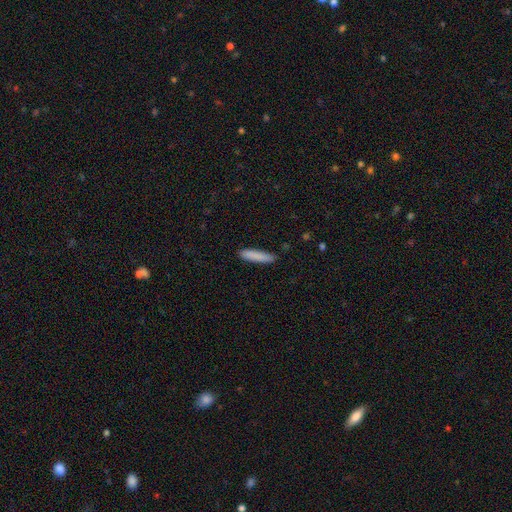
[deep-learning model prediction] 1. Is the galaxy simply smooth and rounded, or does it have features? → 85% smooth, 8% featured or disk, 6% star or artifact.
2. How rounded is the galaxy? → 86% cigar-shaped, 13% in between, 1% round.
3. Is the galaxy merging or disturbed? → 86% none, 11% minor disturbance, 2% major disturbance, 1% merger.